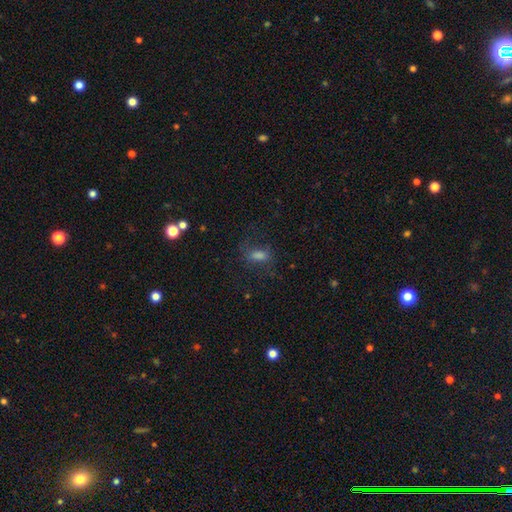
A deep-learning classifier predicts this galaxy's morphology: smooth-or-featured: smooth: 49% | featured or disk: 26% | star or artifact: 25%
  merging: none: 65% | minor disturbance: 18% | major disturbance: 15% | merger: 2%